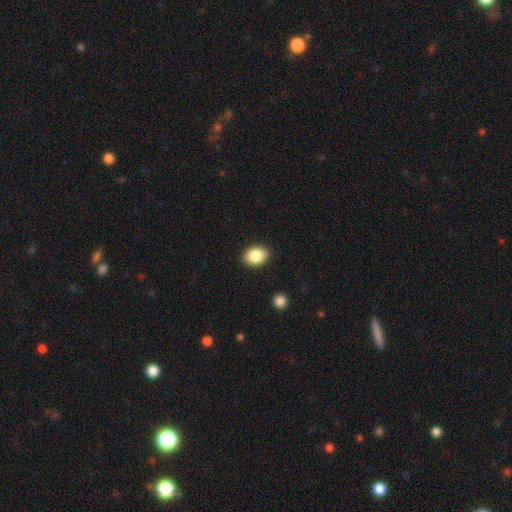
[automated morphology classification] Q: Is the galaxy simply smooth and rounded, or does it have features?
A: smooth — 87%.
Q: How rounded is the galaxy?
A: in between — 70%.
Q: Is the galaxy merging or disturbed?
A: none — 90%.